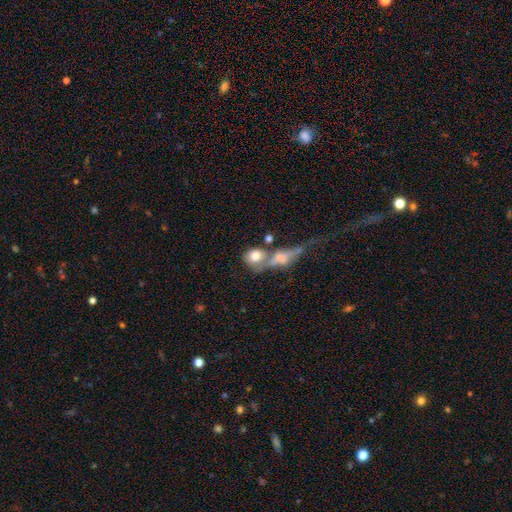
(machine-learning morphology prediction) type=smooth (71%); roundness=round (58%); merging=merger (44%).